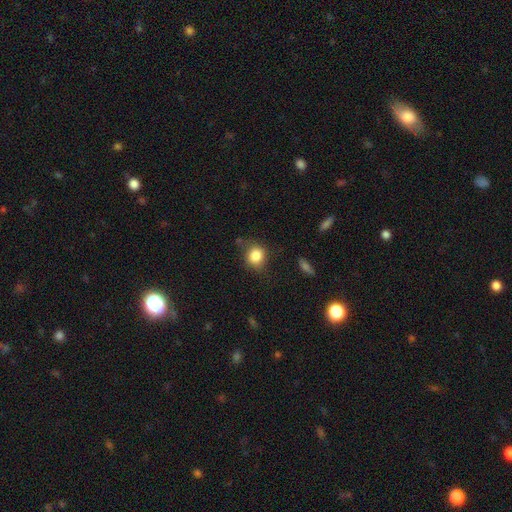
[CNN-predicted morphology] type=smooth (84%); roundness=round (79%); merging=none (73%).